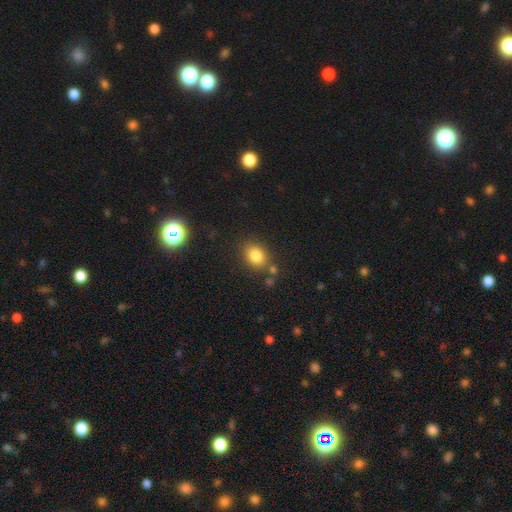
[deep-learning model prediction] Smooth or featured: smooth — 81% (star or artifact — 12%)
How rounded: in between — 51% (round — 48%)
Merging: none — 75% (minor disturbance — 12%)